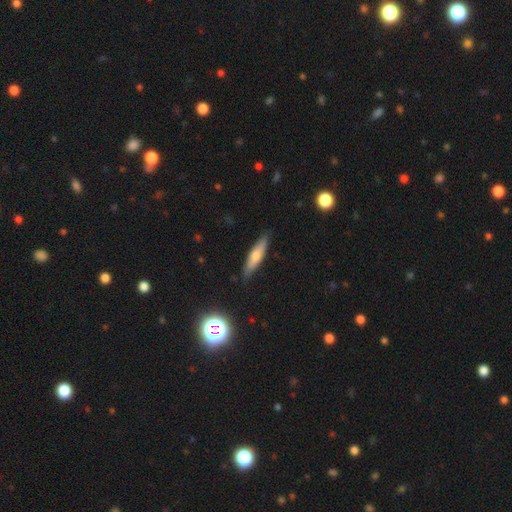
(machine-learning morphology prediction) The model was most divided on "smooth or featured": smooth: 56%, featured or disk: 36%, star or artifact: 8%. More confident: merging — none (87%); how rounded — cigar-shaped (76%).